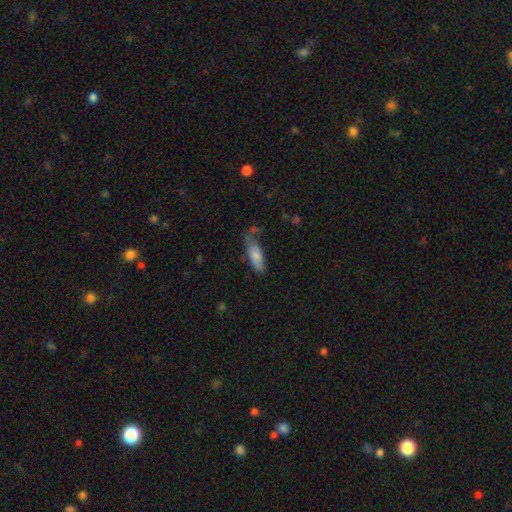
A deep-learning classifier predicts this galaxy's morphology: The model was most divided on "merging": none: 52%, minor disturbance: 28%, major disturbance: 11%, merger: 8%. More confident: smooth or featured — smooth (78%); how rounded — in between (69%).